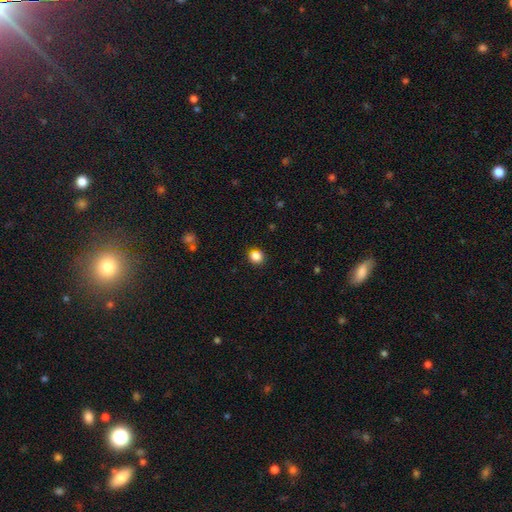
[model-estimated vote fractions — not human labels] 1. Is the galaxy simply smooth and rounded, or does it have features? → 85% smooth, 11% star or artifact, 4% featured or disk.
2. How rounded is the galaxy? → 84% round, 15% in between, 1% cigar-shaped.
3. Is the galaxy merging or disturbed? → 89% none, 7% minor disturbance, 2% merger, 2% major disturbance.